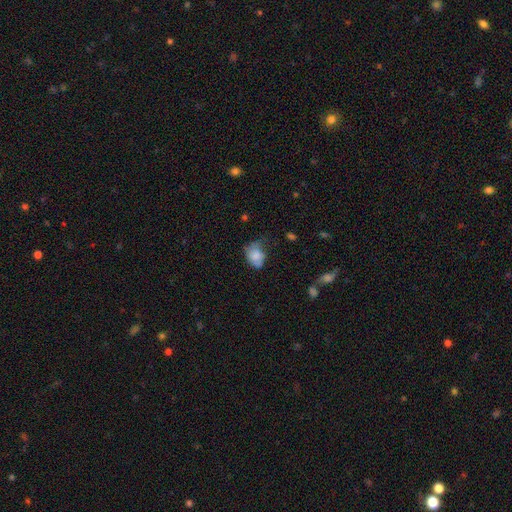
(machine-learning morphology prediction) smooth_or_featured: smooth (p=0.73) [alt: featured or disk p=0.18]
how_rounded: in between (p=0.70) [alt: round p=0.29]
merging: minor disturbance (p=0.39) [alt: none p=0.33]